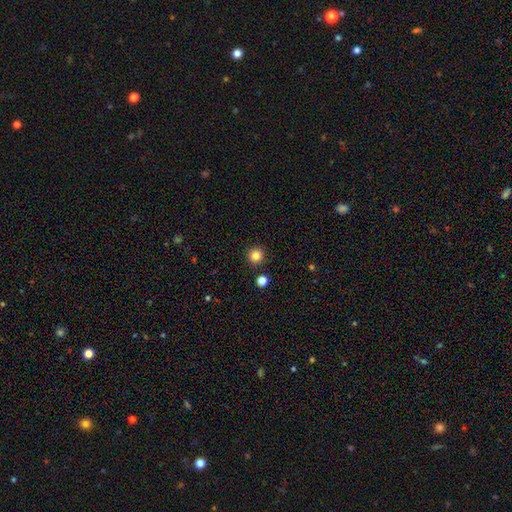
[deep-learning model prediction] Smooth or featured: smooth — 83% (star or artifact — 12%)
How rounded: round — 95% (in between — 4%)
Merging: none — 91% (minor disturbance — 5%)